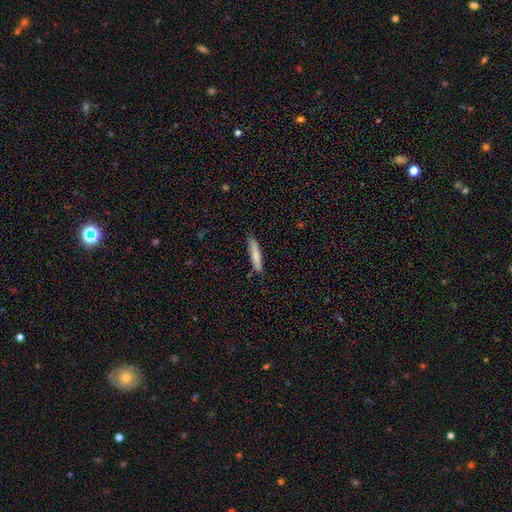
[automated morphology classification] smooth_or_featured: smooth (p=0.80) [alt: featured or disk p=0.14]
how_rounded: cigar-shaped (p=0.89) [alt: in between p=0.10]
merging: none (p=0.83) [alt: minor disturbance p=0.13]